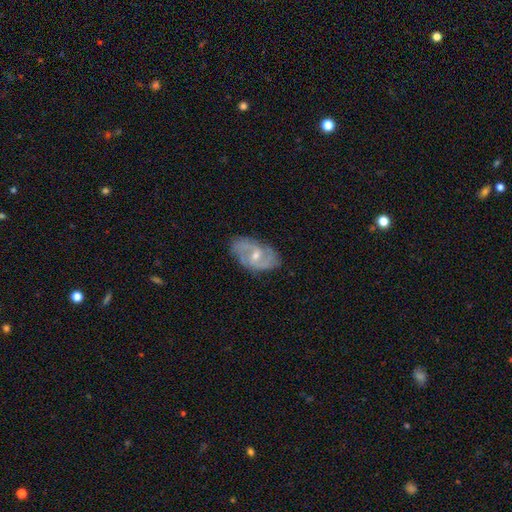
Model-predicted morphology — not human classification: A featured or disk galaxy (80%) with a weak bar (48%), 2 (74%) medium (47%) spiral arms (92%) and a small central bulge (49%). Merging: none (79%).